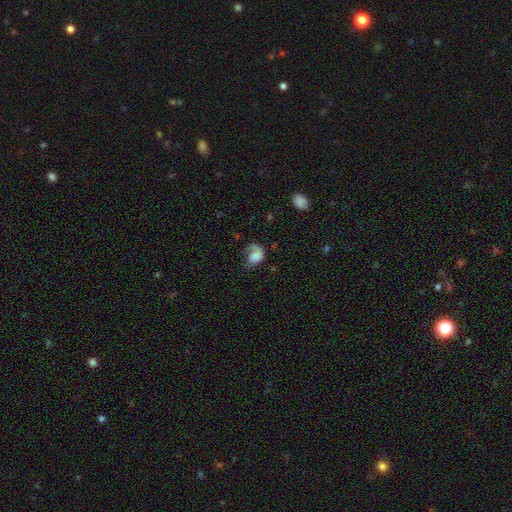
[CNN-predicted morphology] A smooth galaxy with no disk features (53%) that is in between round and cigar-shaped (67%). Merging: major disturbance (43%).